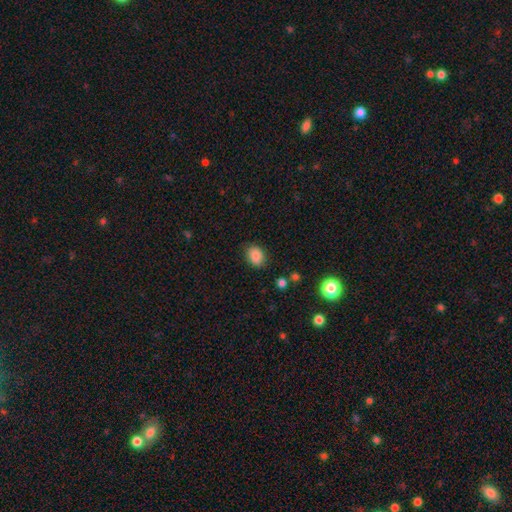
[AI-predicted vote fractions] smooth 86%, star or artifact 9%, featured or disk 5%. Down the decision tree: how rounded — in between (58%); merging — none (83%).